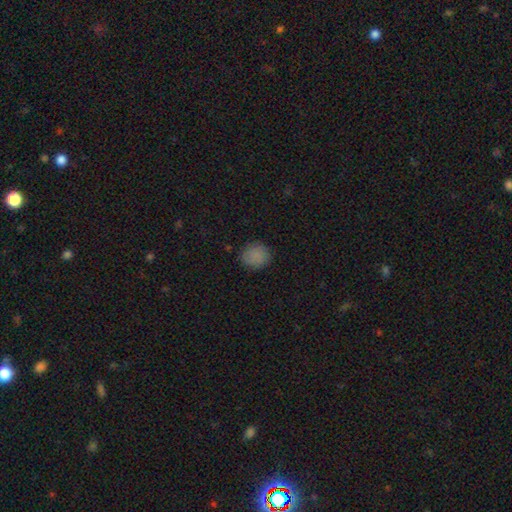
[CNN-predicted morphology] Overall: smooth (85%). How rounded: round (84%). Merging: none (86%).